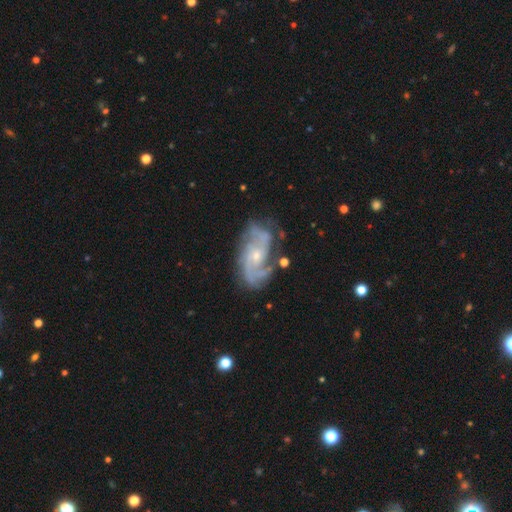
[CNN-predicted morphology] Q: Smooth or featured?
A: featured or disk (88%); runner-up: smooth (6%)
Q: Edge-on disk?
A: no (97%); runner-up: yes (3%)
Q: Bar?
A: no (65%); runner-up: weak (29%)
Q: Spiral arms?
A: yes (97%); runner-up: no (3%)
Q: Spiral winding?
A: medium (49%); runner-up: tight (32%)
Q: Spiral arm count?
A: 2 (51%); runner-up: 3 (21%)
Q: Bulge size?
A: small (68%); runner-up: moderate (28%)
Q: Merging?
A: none (67%); runner-up: minor disturbance (21%)